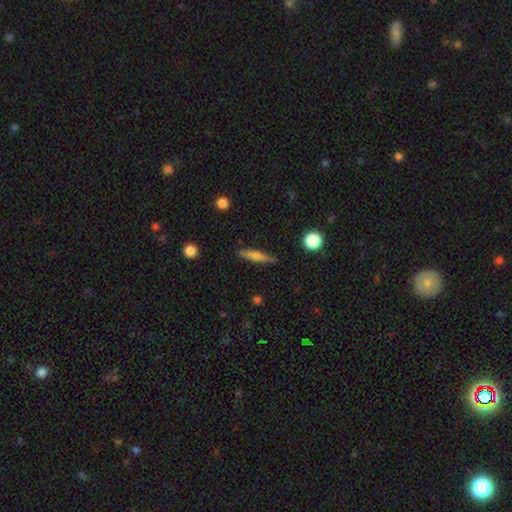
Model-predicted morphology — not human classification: smooth 58%, featured or disk 36%, star or artifact 7%. Down the decision tree: how rounded — cigar-shaped (86%); merging — none (87%).